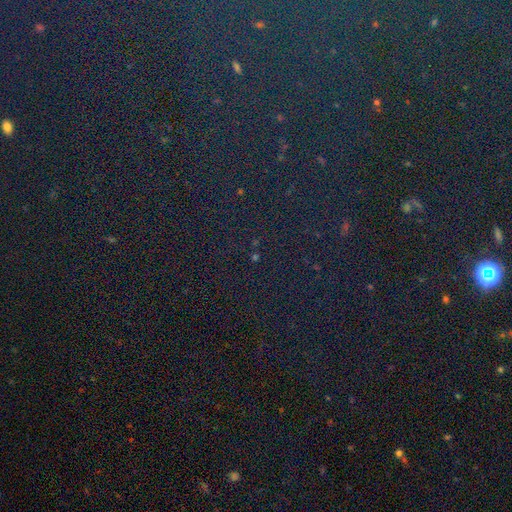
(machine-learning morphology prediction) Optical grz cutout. It shows a star or artifact, not a galaxy (82%).